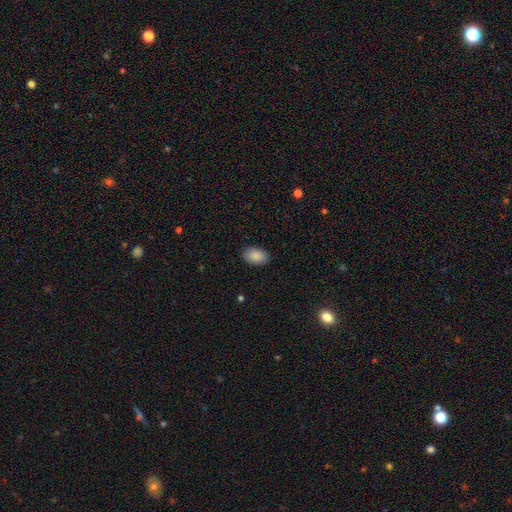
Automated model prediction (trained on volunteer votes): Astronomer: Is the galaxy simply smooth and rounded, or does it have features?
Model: smooth — 89%.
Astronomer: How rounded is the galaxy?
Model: in between — 91%.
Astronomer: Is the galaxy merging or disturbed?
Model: none — 88%.